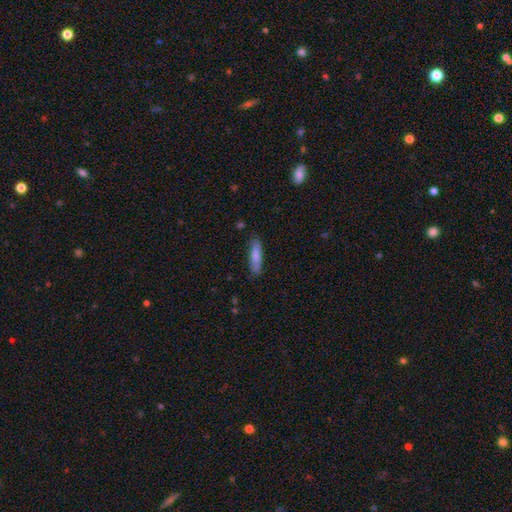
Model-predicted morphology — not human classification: Smooth or featured? Predicted: smooth (p=0.81). How rounded? Predicted: cigar-shaped (p=0.70). Merging? Predicted: none (p=0.82).